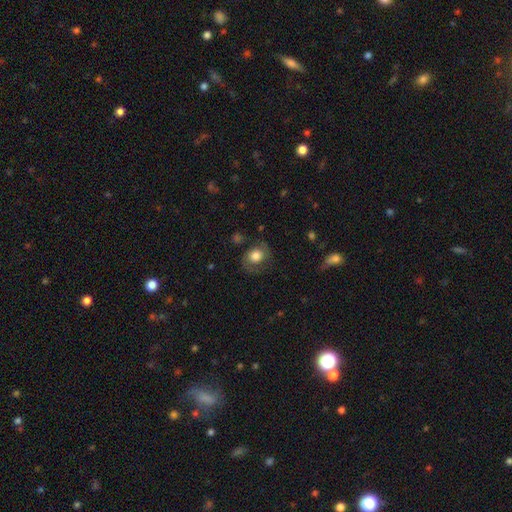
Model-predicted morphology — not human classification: smooth-or-featured: smooth: 60% | featured or disk: 32% | star or artifact: 9%
  how-rounded: round: 61% | in between: 38% | cigar-shaped: 1%
  merging: none: 64% | minor disturbance: 21% | major disturbance: 13% | merger: 2%